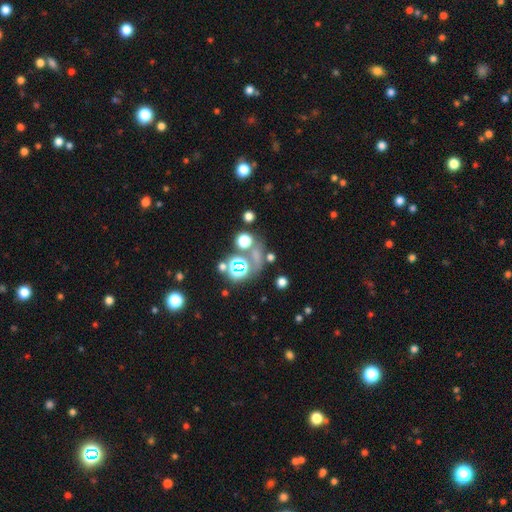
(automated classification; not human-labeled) smooth_or_featured: star or artifact (p=0.51) [alt: smooth p=0.37]